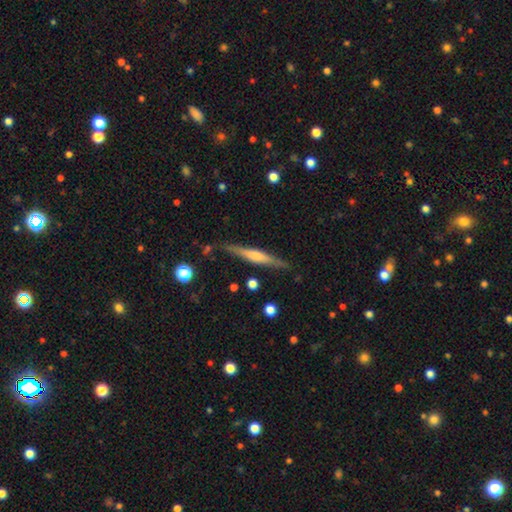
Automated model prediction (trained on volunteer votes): featured or disk 59%, smooth 35%, star or artifact 6%. Down the decision tree: edge-on disk — yes (97%); edge-on bulge — rounded (54%); merging — none (85%).